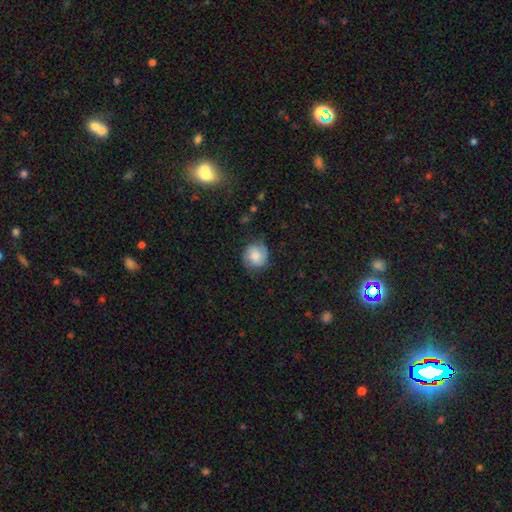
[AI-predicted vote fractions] smooth 60%, featured or disk 31%, star or artifact 8%. Down the decision tree: how rounded — round (83%); merging — none (76%).